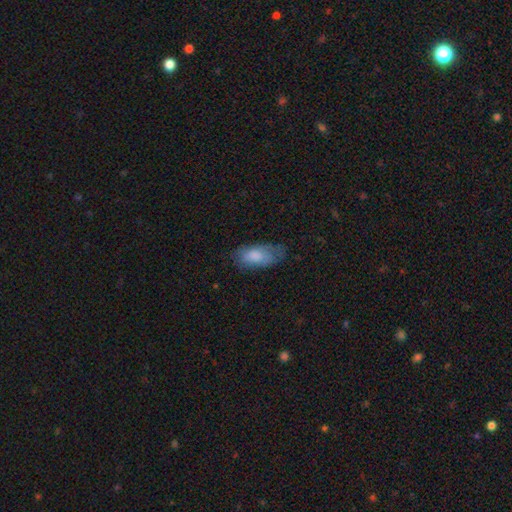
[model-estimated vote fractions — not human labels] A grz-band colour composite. It shows a smooth galaxy with no disk features (78%) that is in between round and cigar-shaped (90%). Merging: none (57%).